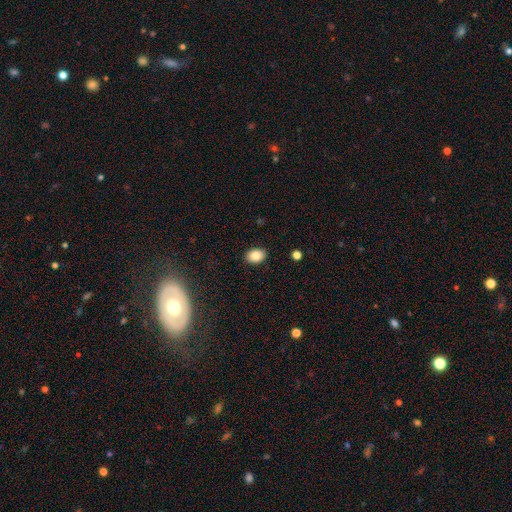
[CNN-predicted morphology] smooth_or_featured: smooth (p=0.86) [alt: star or artifact p=0.09]
how_rounded: in between (p=0.76) [alt: round p=0.23]
merging: none (p=0.89) [alt: minor disturbance p=0.08]